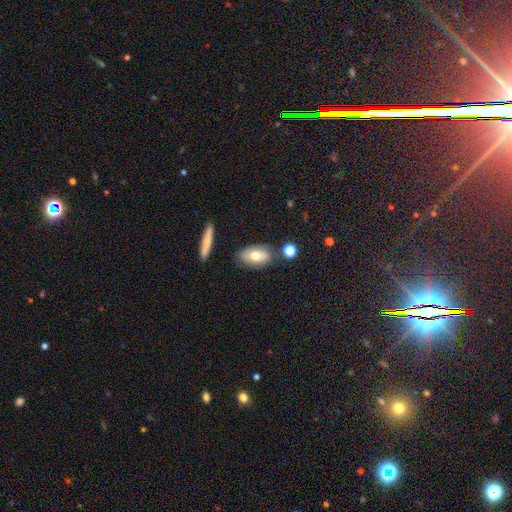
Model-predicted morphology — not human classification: Smooth or featured: smooth — 68% (featured or disk — 24%)
How rounded: in between — 88% (round — 8%)
Merging: none — 73% (minor disturbance — 15%)